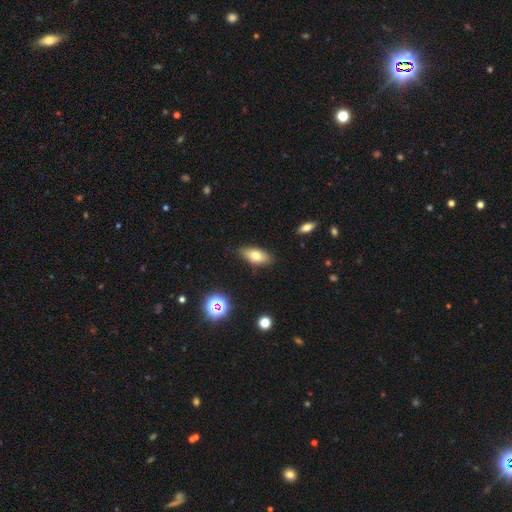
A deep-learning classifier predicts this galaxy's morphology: type=smooth (71%); roundness=in between (80%); merging=none (84%).